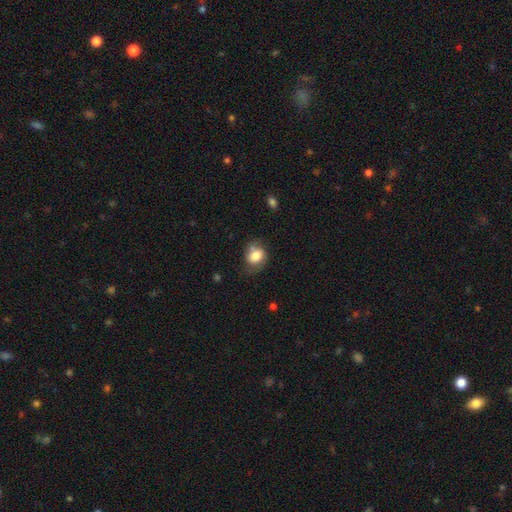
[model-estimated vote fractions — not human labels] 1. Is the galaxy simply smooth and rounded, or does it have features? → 70% smooth, 21% featured or disk, 8% star or artifact.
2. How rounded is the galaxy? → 56% in between, 43% round, 1% cigar-shaped.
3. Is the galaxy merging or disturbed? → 55% none, 28% minor disturbance, 11% major disturbance, 6% merger.